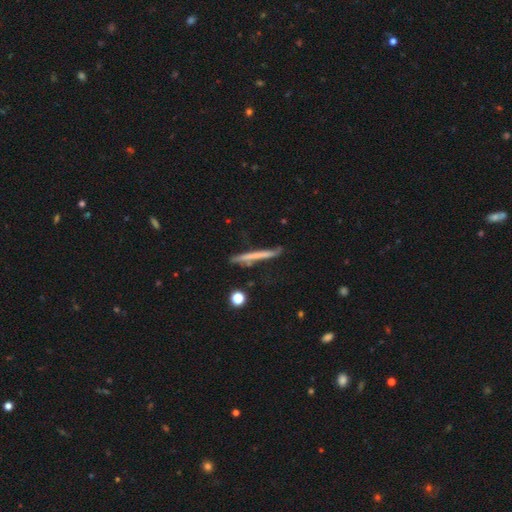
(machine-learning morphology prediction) Smooth or featured: smooth — 48% (featured or disk — 44%)
Merging: none — 79% (minor disturbance — 15%)